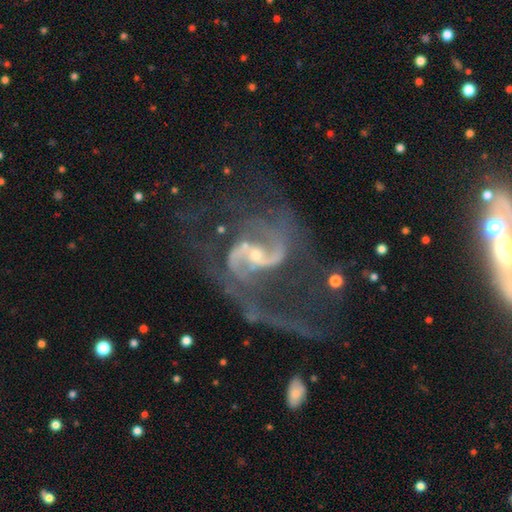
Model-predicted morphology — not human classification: smooth-or-featured: featured or disk: 91% | star or artifact: 6% | smooth: 3%
  disk-edge-on: no: 98% | yes: 2%
    bar: weak: 46% | no: 34% | strong: 21%
    has-spiral-arms: yes: 97% | no: 3%
      spiral-winding: medium: 46% | loose: 42% | tight: 12%
      spiral-arm-count: 2: 83% | can't tell: 5% | 3: 4% | 1: 3% | 4: 2% | more than 4: 2%
    bulge-size: small: 54% | moderate: 39% | none: 3% | large: 3% | dominant: 1%
  merging: major disturbance: 38% | none: 36% | minor disturbance: 16% | merger: 11%